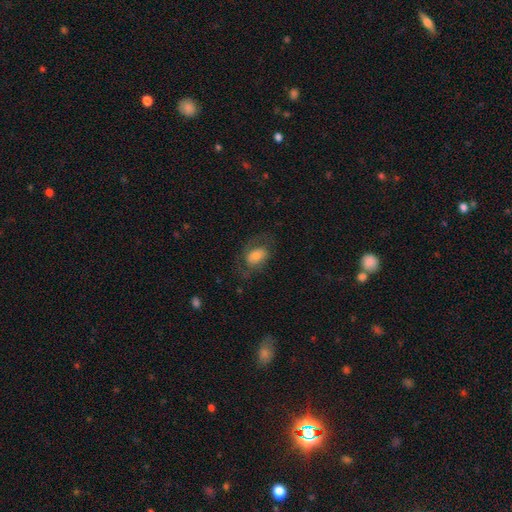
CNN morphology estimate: smooth-or-featured: smooth: 49% | featured or disk: 41% | star or artifact: 9%
  merging: none: 58% | major disturbance: 21% | minor disturbance: 19% | merger: 1%